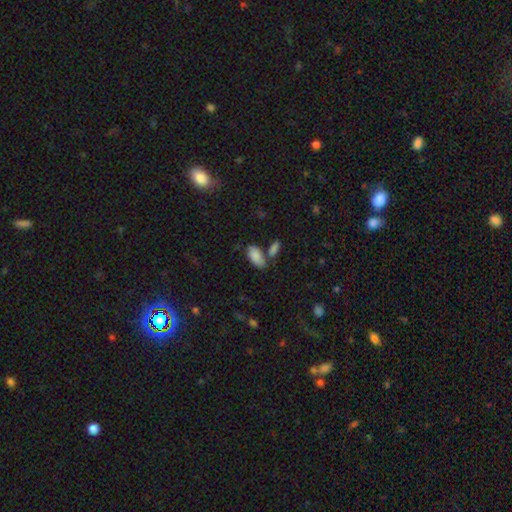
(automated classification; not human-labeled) This appears to be a smooth galaxy with no disk features (87%) that is in between round and cigar-shaped (91%). Merging: none (58%).